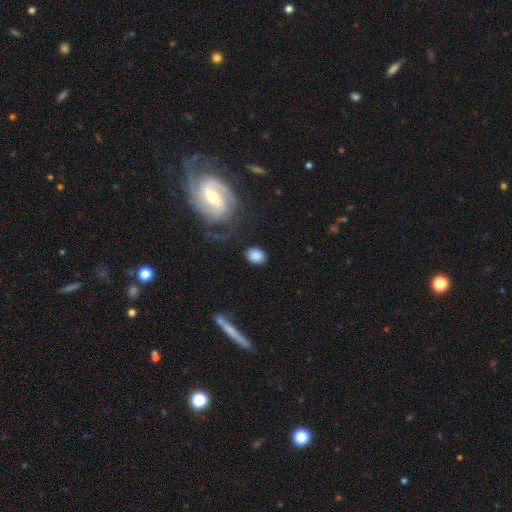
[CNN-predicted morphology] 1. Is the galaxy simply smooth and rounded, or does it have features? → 84% smooth, 9% featured or disk, 8% star or artifact.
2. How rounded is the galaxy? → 53% in between, 45% round, 1% cigar-shaped.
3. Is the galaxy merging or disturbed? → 78% none, 12% minor disturbance, 6% major disturbance, 4% merger.